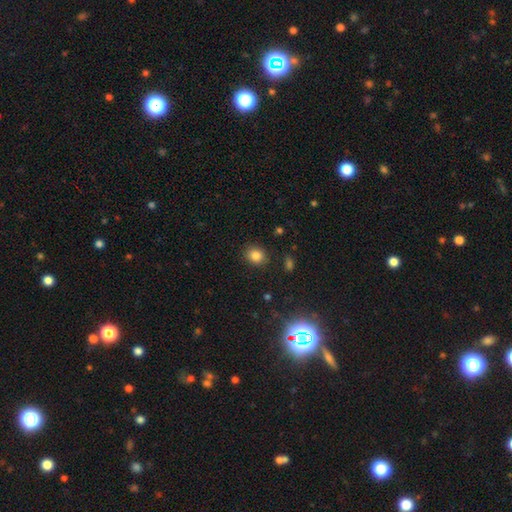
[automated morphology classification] Overall: smooth (83%). How rounded: round (66%; in between 33%). Merging: none (87%).